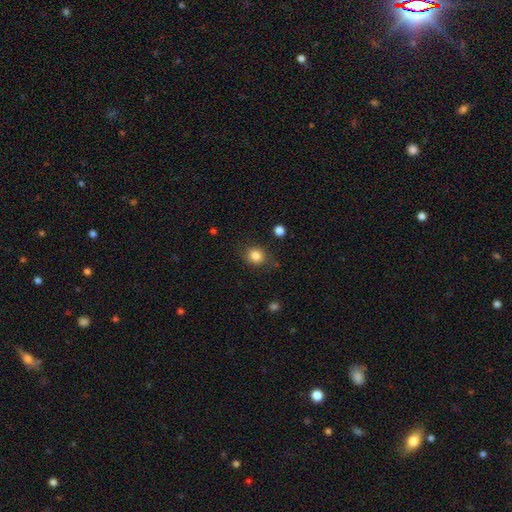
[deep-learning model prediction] Smooth or featured? smooth (84%)
How rounded? round (71%)
Merging? none (79%)